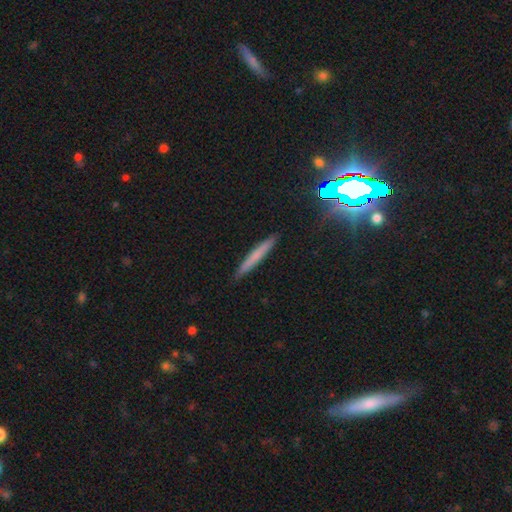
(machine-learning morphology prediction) Smooth or featured?
  - smooth: 59% *
  - featured or disk: 30%
  - star or artifact: 11%
How rounded?
  - cigar-shaped: 96% *
  - in between: 3%
  - round: 2%
Merging?
  - none: 90% *
  - minor disturbance: 7%
  - major disturbance: 2%
  - merger: 1%